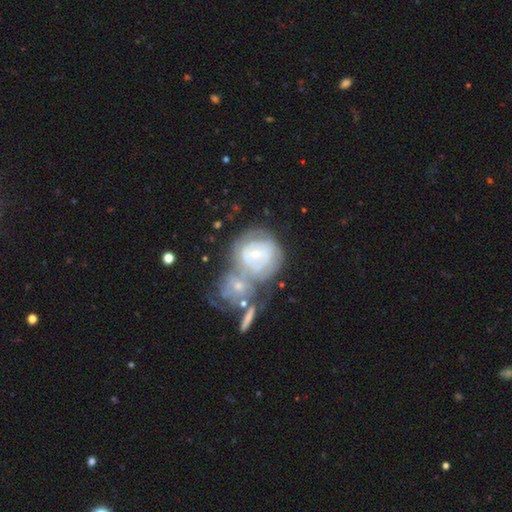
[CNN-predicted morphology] Smooth or featured? Predicted: featured or disk (p=0.71). Edge-on disk? Predicted: no (p=0.97). Bar? Predicted: no (p=0.57). Spiral arms? Predicted: yes (p=0.80). Spiral winding? Predicted: tight (p=0.70). Spiral arm count? Predicted: can't tell (p=0.54). Bulge size? Predicted: small (p=0.66). Merging? Predicted: merger (p=0.60).